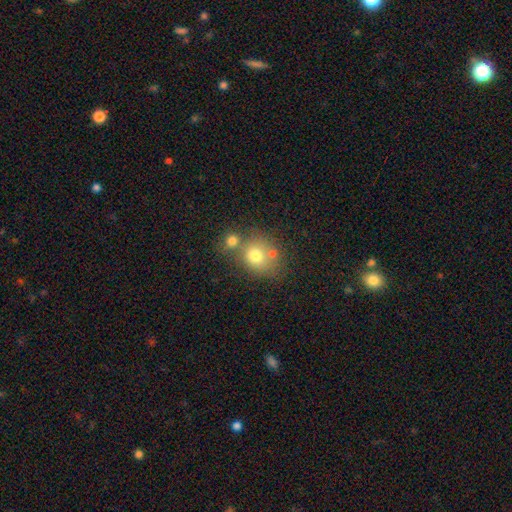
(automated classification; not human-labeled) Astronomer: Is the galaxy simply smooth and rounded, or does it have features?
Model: smooth — 73%.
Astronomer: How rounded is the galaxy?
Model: round — 73%.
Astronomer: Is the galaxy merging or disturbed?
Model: none — 49% (runner-up: merger, 34%).